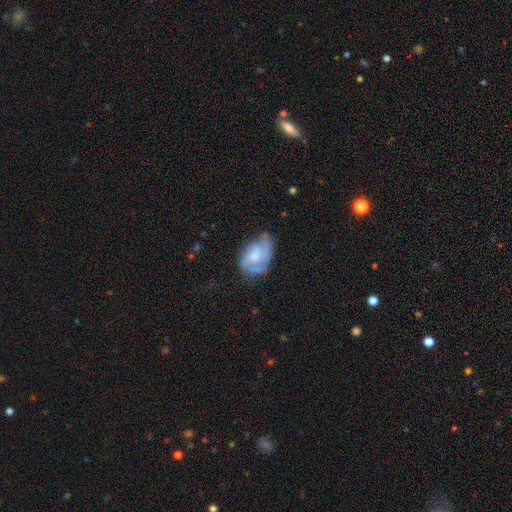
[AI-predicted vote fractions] smooth-or-featured: featured or disk: 59% | smooth: 33% | star or artifact: 8%
  disk-edge-on: no: 97% | yes: 3%
    bar: no: 68% | weak: 27% | strong: 5%
    has-spiral-arms: yes: 72% | no: 28%
    bulge-size: moderate: 36% | small: 26% | none: 25% | large: 11% | dominant: 2%
  merging: none: 44% | minor disturbance: 32% | major disturbance: 21% | merger: 3%